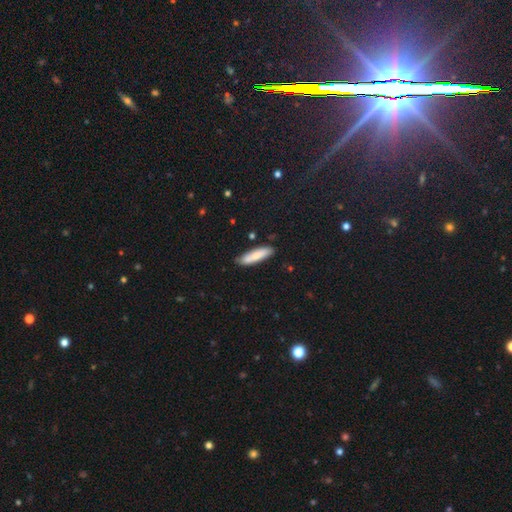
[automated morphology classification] A smooth galaxy with no disk features (80%) that is cigar-shaped (71%).

Vote fractions:
- Smooth or featured? smooth: 80% / featured or disk: 14% / star or artifact: 6%
- How rounded? cigar-shaped: 71% / in between: 28% / round: 1%
- Merging? none: 82% / minor disturbance: 13% / merger: 2% / major disturbance: 2%